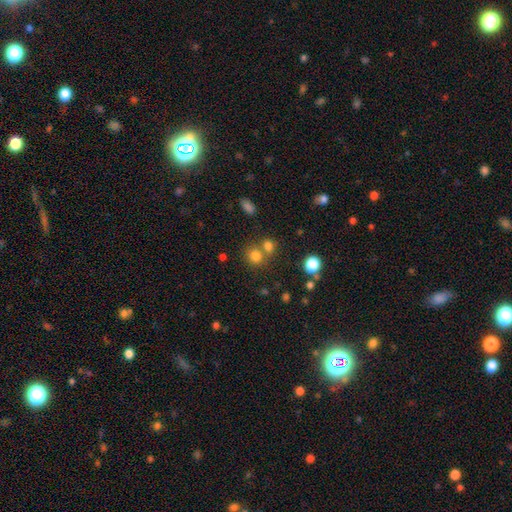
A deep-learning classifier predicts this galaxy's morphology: Smooth or featured? smooth (78%)
How rounded? round (81%)
Merging? none (57%)